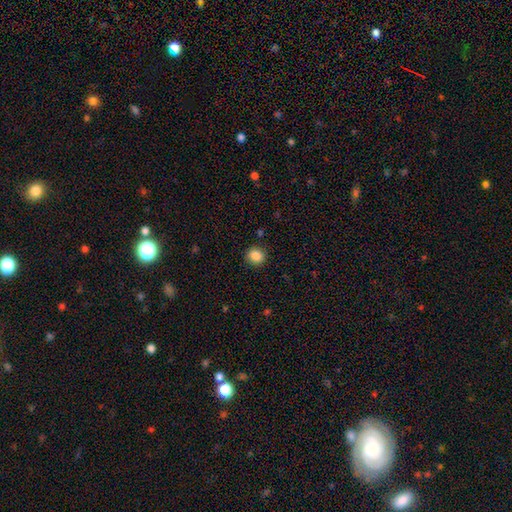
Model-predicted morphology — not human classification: smooth-or-featured: smooth: 87% | star or artifact: 10% | featured or disk: 4%
  how-rounded: round: 85% | in between: 14% | cigar-shaped: 1%
  merging: none: 90% | minor disturbance: 7% | major disturbance: 2% | merger: 1%